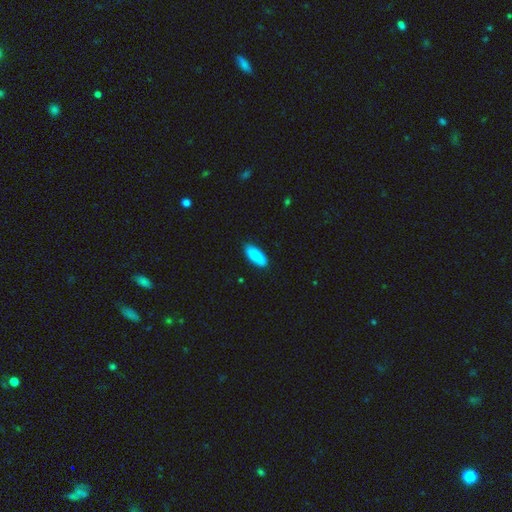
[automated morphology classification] type=smooth (86%); roundness=in between (79%); merging=none (84%).